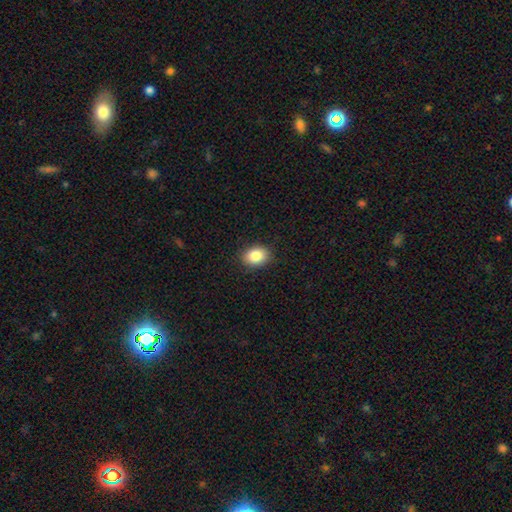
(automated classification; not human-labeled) Smooth or featured? Predicted: smooth (p=0.86). How rounded? Predicted: in between (p=0.64). Merging? Predicted: none (p=0.89).